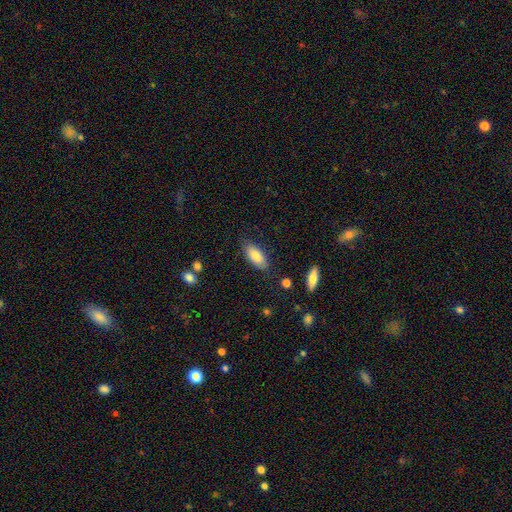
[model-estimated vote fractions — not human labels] The model was most divided on "merging": none: 81%, minor disturbance: 14%, major disturbance: 3%, merger: 2%. More confident: how rounded — in between (86%); smooth or featured — smooth (82%).